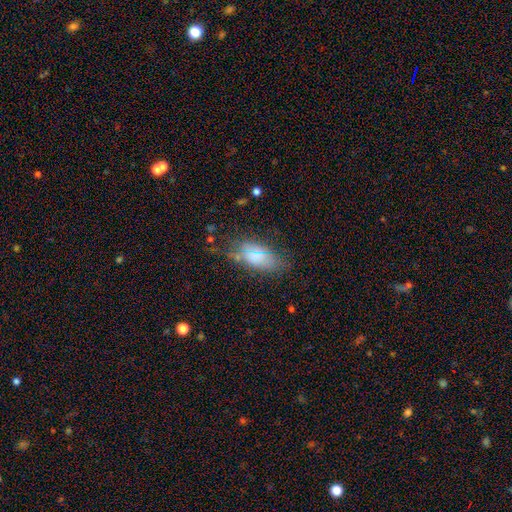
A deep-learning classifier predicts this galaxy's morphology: Overall: smooth (67%). How rounded: in between (87%). Merging: none (64%).